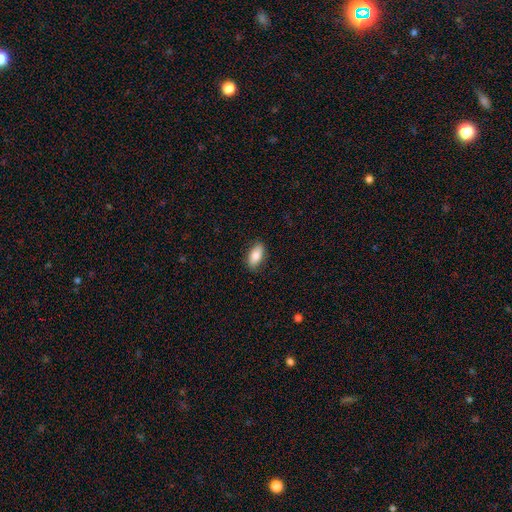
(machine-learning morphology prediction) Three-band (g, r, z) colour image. It shows a smooth galaxy with no disk features (82%) that is in between round and cigar-shaped (90%). Merging: none (85%).